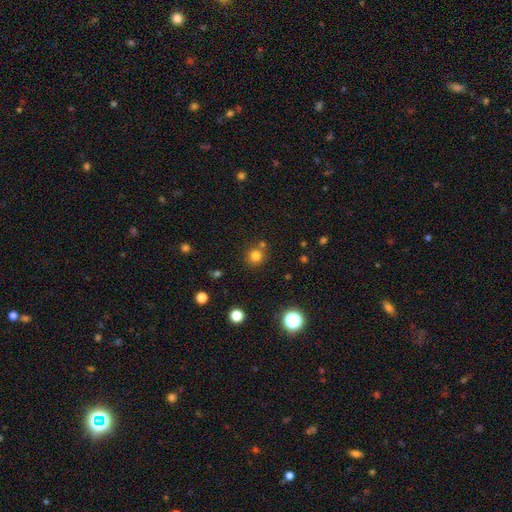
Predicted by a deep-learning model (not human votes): A smooth galaxy with no disk features (78%) that is round (90%).

Vote fractions:
- Smooth or featured? smooth: 78% / star or artifact: 16% / featured or disk: 6%
- How rounded? round: 90% / in between: 9% / cigar-shaped: 1%
- Merging? none: 74% / merger: 14% / minor disturbance: 9% / major disturbance: 3%